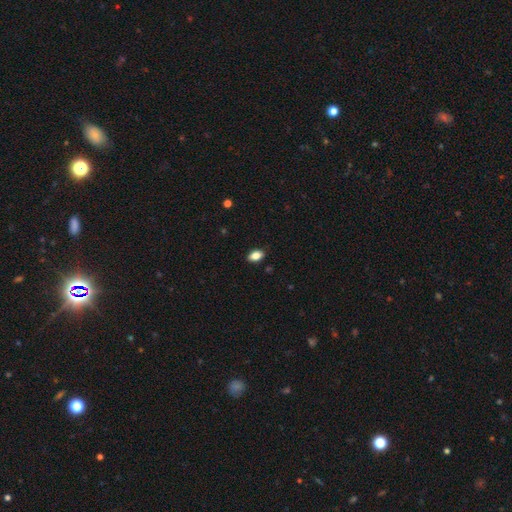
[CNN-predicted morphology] Overall: smooth (85%). How rounded: in between (89%). Merging: none (88%).